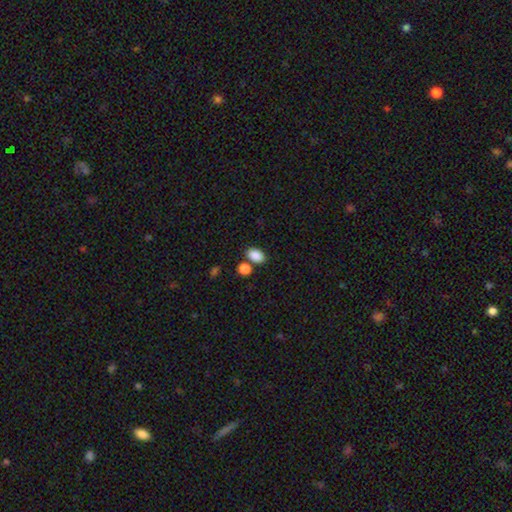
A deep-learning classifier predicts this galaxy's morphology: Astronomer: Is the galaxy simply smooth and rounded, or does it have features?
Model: smooth — 87%.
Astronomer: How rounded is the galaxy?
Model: in between — 86%.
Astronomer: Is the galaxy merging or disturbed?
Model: none — 71%.